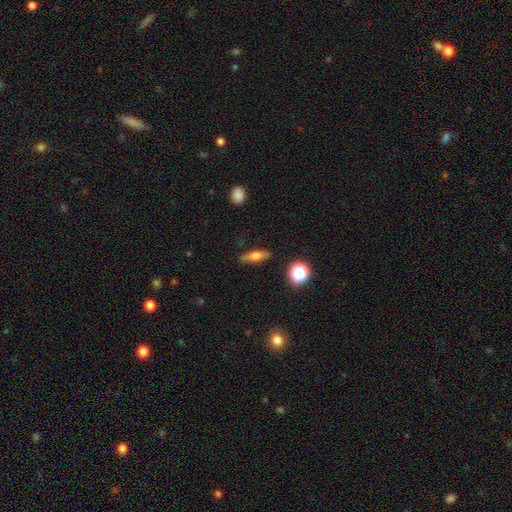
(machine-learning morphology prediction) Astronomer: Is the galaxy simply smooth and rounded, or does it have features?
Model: smooth — 60%.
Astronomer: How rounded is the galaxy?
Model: cigar-shaped — 48% (runner-up: in between, 44%).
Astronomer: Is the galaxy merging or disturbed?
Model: none — 86%.